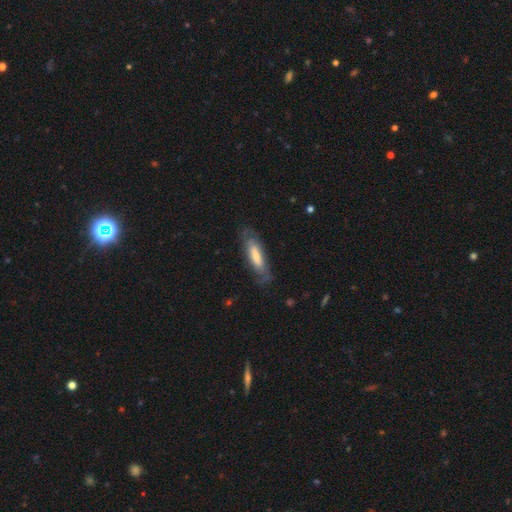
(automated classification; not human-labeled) A smooth galaxy with no disk features (52%) that is cigar-shaped (62%). Merging: none (72%).